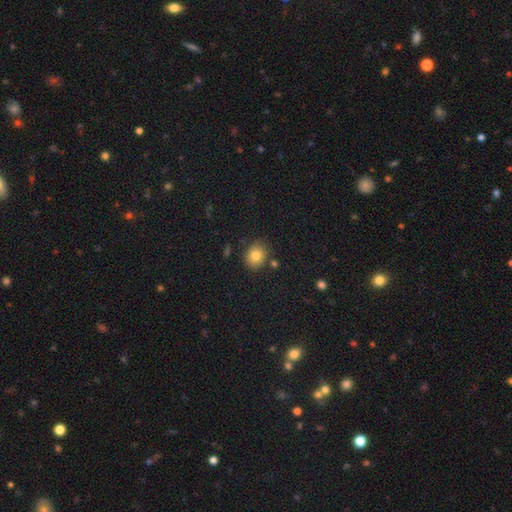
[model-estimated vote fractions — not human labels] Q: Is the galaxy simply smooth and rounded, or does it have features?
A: smooth — 81%.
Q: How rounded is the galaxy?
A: round — 51%.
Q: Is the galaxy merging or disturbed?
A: none — 81%.